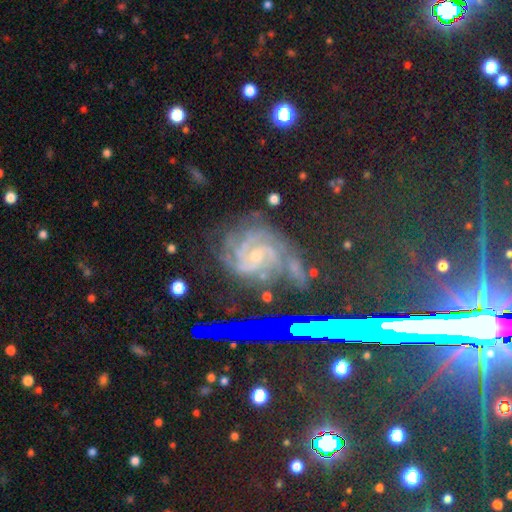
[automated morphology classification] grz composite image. It shows a featured or disk galaxy (77%) with no bar (61%), tight (59%) spiral arms (96%) and a small central bulge (66%). Merging: none (58%).